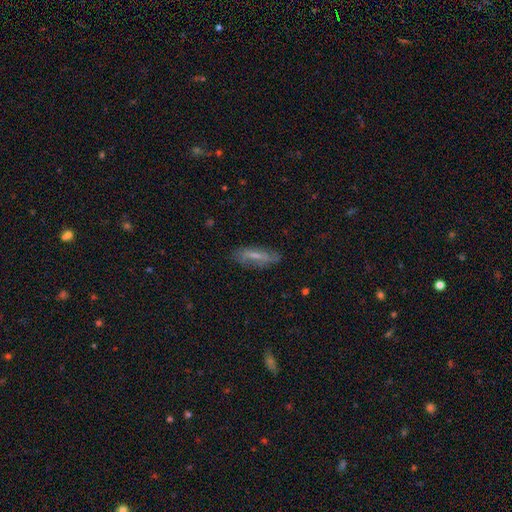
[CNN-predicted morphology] Smooth or featured? Predicted: featured or disk (p=0.47). Merging? Predicted: none (p=0.74).